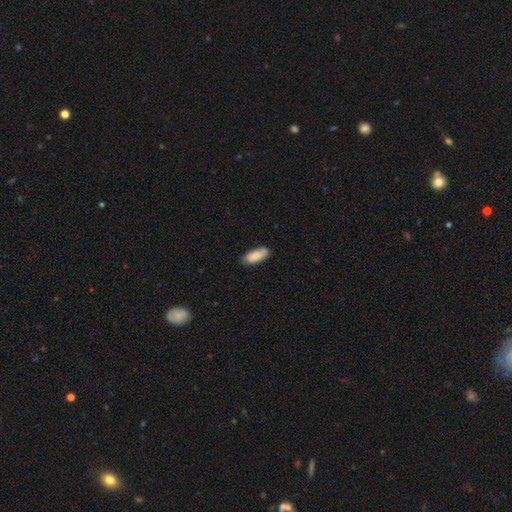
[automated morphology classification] smooth 84%, featured or disk 10%, star or artifact 6%. Down the decision tree: how rounded — in between (83%); merging — none (81%).